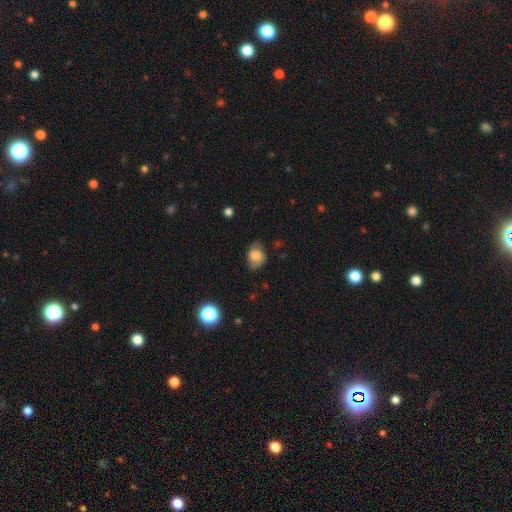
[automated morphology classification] Q: Smooth or featured?
A: smooth (77%); runner-up: featured or disk (14%)
Q: How rounded?
A: in between (69%); runner-up: round (30%)
Q: Merging?
A: none (68%); runner-up: minor disturbance (25%)